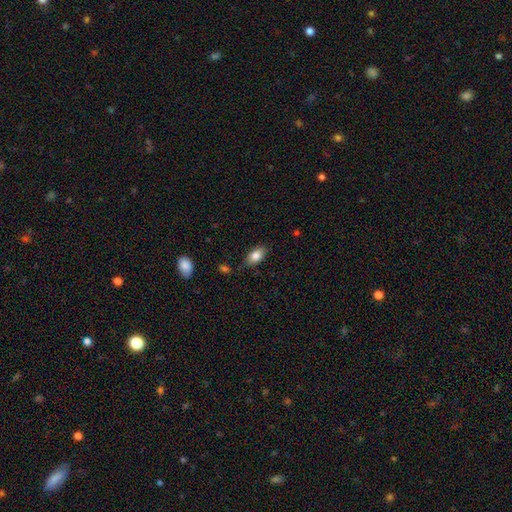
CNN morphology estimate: type=smooth (83%); roundness=in between (89%); merging=none (80%).